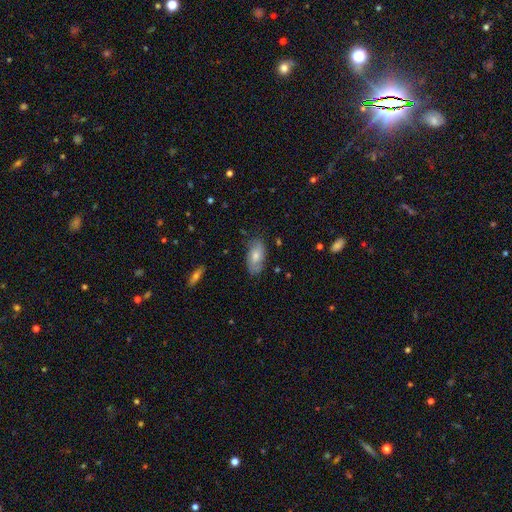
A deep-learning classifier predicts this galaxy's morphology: smooth-or-featured: smooth: 46% | featured or disk: 44% | star or artifact: 10%
  merging: none: 79% | minor disturbance: 16% | major disturbance: 4% | merger: 1%